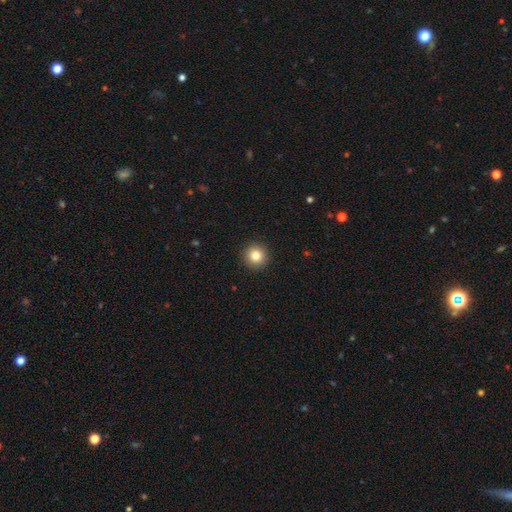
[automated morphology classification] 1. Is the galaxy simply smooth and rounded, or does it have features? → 82% smooth, 10% star or artifact, 7% featured or disk.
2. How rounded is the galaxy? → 95% round, 4% in between, 1% cigar-shaped.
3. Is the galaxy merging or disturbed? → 93% none, 4% minor disturbance, 2% major disturbance, 1% merger.